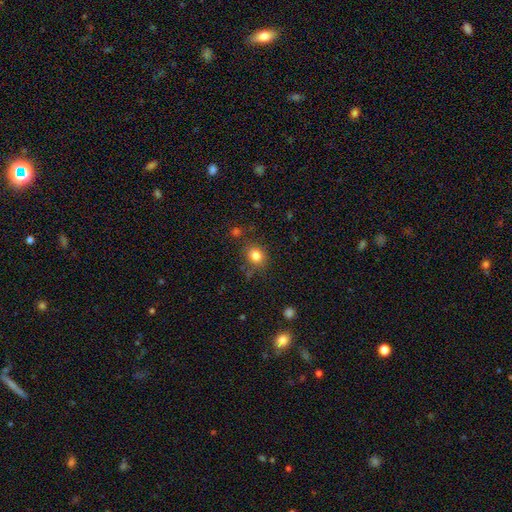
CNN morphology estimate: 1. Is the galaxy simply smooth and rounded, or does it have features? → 82% smooth, 12% star or artifact, 6% featured or disk.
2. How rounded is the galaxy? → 71% round, 28% in between, 1% cigar-shaped.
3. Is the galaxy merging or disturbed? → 77% none, 14% minor disturbance, 5% major disturbance, 5% merger.